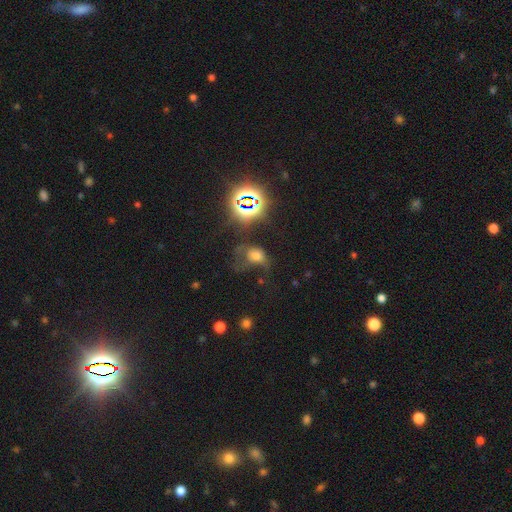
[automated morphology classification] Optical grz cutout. It shows a smooth galaxy with no disk features (50%). Merging: major disturbance (47%).